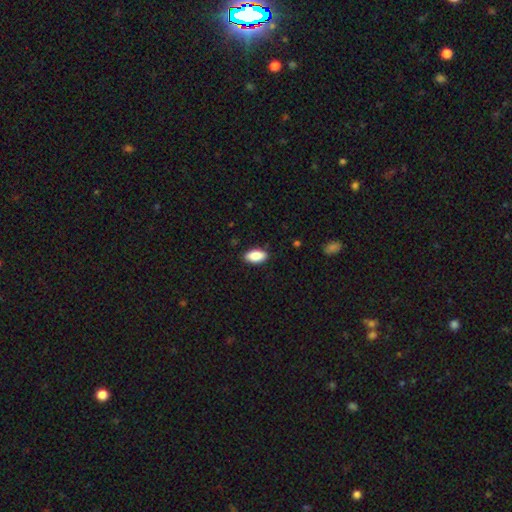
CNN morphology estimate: Q: Smooth or featured?
A: smooth (88%); runner-up: star or artifact (7%)
Q: How rounded?
A: in between (93%); runner-up: cigar-shaped (4%)
Q: Merging?
A: none (87%); runner-up: minor disturbance (10%)